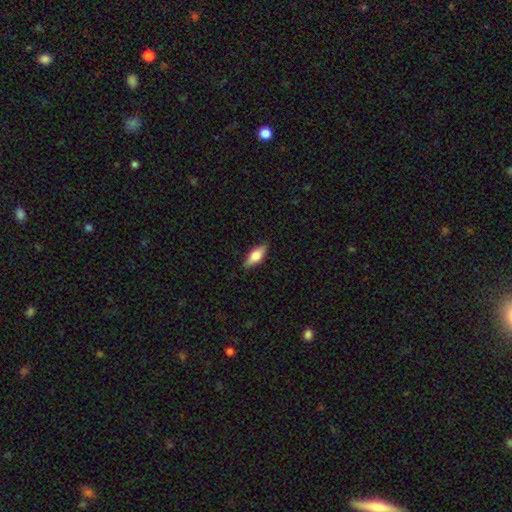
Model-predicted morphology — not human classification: A smooth galaxy with no disk features (63%) that is in between round and cigar-shaped (76%).

Vote fractions:
- Smooth or featured? smooth: 63% / featured or disk: 31% / star or artifact: 6%
- How rounded? in between: 76% / cigar-shaped: 21% / round: 3%
- Merging? none: 86% / minor disturbance: 11% / major disturbance: 2% / merger: 1%